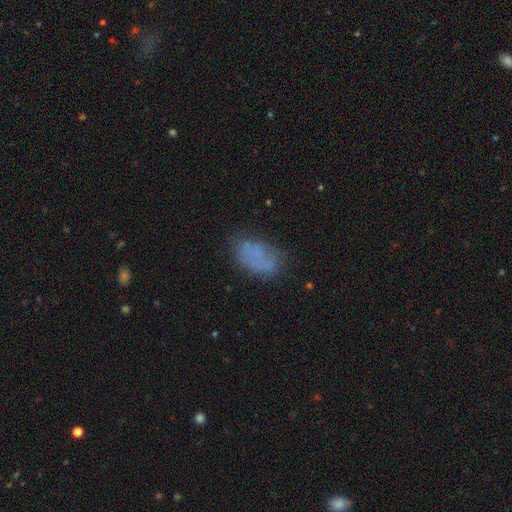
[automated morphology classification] smooth-or-featured: smooth: 66% | featured or disk: 21% | star or artifact: 13%
  how-rounded: in between: 91% | round: 7% | cigar-shaped: 3%
  merging: none: 68% | minor disturbance: 20% | major disturbance: 9% | merger: 4%